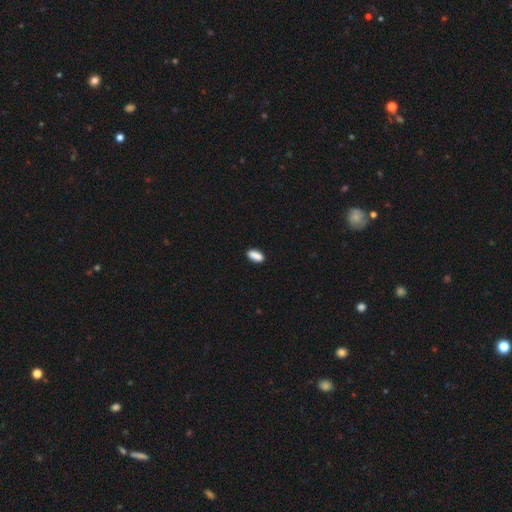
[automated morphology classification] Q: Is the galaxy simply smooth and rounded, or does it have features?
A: smooth — 87%.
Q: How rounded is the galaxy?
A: in between — 84%.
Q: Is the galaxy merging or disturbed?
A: none — 82%.